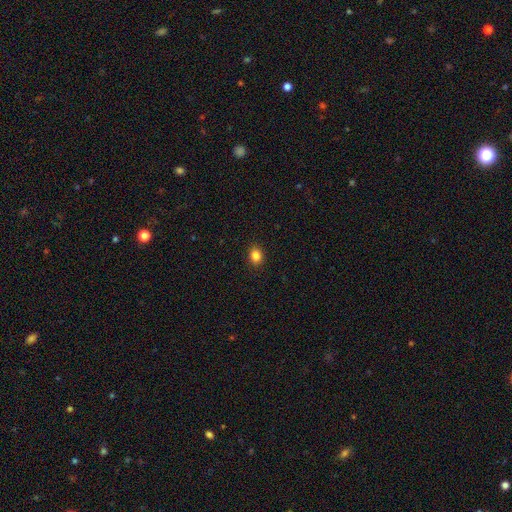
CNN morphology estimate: smooth-or-featured: smooth: 85% | star or artifact: 11% | featured or disk: 5%
  how-rounded: in between: 56% | round: 43% | cigar-shaped: 1%
  merging: none: 90% | minor disturbance: 7% | major disturbance: 2% | merger: 1%